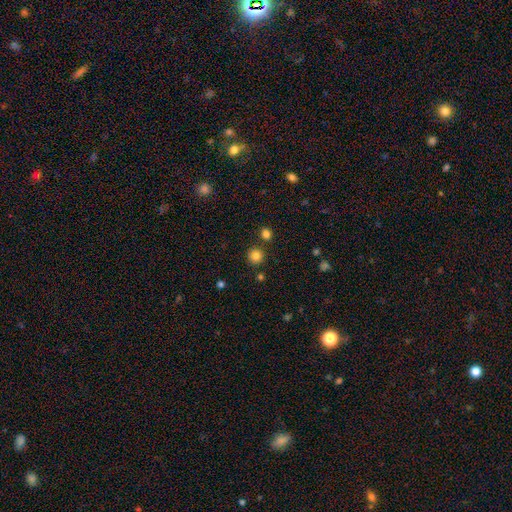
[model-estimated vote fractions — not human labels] Smooth or featured? Predicted: smooth (p=0.83). How rounded? Predicted: round (p=0.94). Merging? Predicted: none (p=0.86).